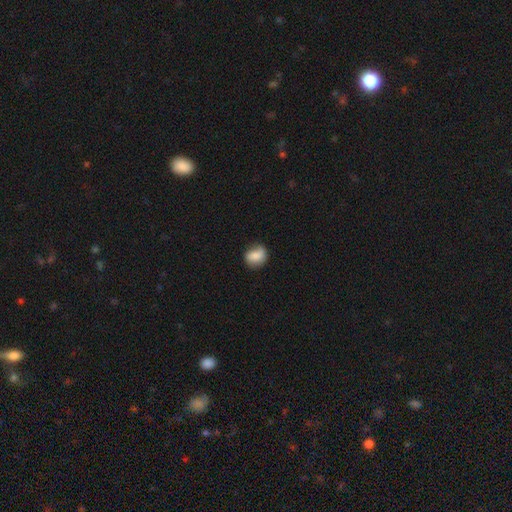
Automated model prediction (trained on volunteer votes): smooth-or-featured: smooth: 76% | featured or disk: 16% | star or artifact: 8%
  how-rounded: round: 61% | in between: 38% | cigar-shaped: 1%
  merging: none: 63% | minor disturbance: 27% | major disturbance: 8% | merger: 2%